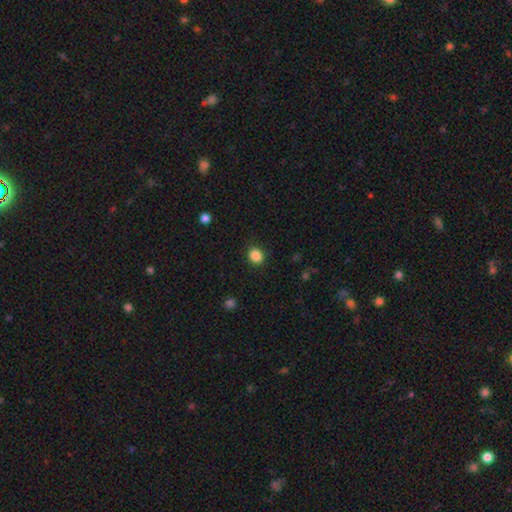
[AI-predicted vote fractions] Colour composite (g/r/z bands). It shows a smooth galaxy with no disk features (86%) that is round (77%). Merging: none (89%).